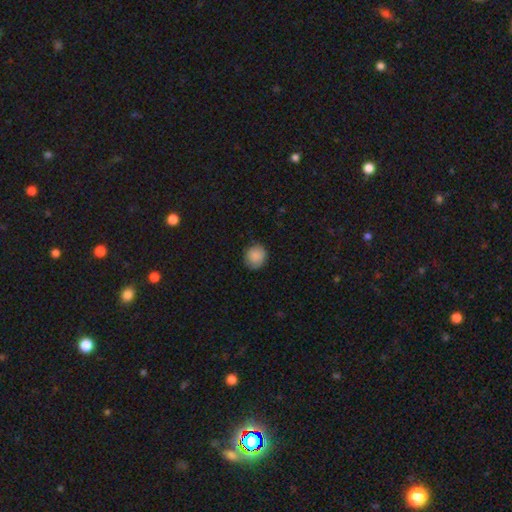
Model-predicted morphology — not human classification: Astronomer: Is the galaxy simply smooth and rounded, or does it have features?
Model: smooth — 87%.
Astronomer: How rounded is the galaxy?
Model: round — 83%.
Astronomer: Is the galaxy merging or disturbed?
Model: none — 81%.